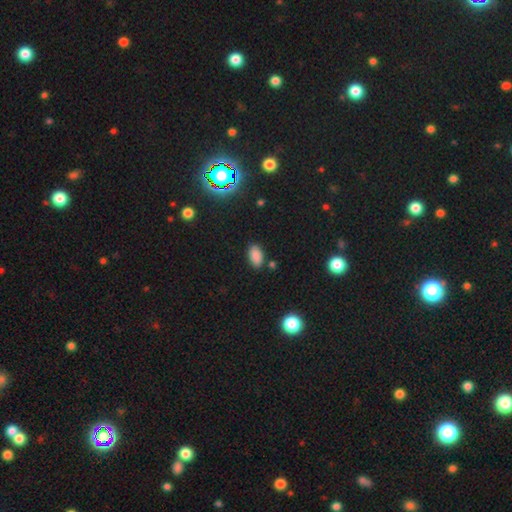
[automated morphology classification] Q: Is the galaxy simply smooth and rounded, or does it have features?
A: smooth — 83%.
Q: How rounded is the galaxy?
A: in between — 93%.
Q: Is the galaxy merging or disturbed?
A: none — 84%.